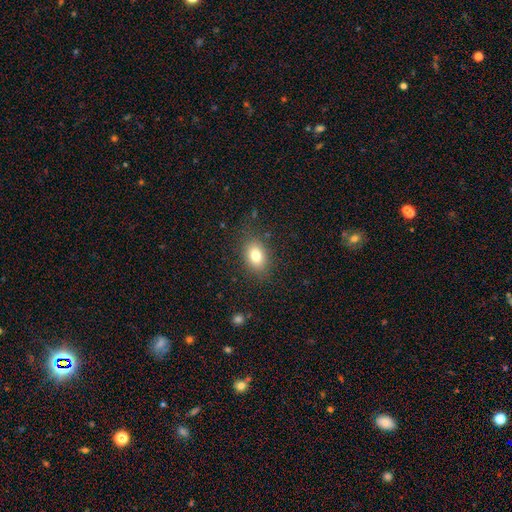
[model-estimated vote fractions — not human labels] Smooth or featured: smooth — 79% (featured or disk — 11%)
How rounded: in between — 72% (round — 27%)
Merging: none — 84% (minor disturbance — 11%)